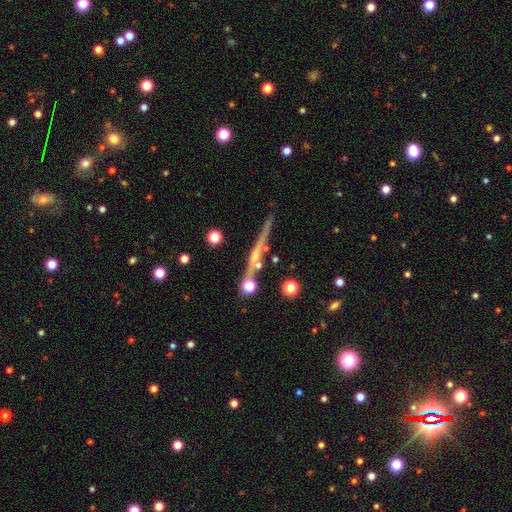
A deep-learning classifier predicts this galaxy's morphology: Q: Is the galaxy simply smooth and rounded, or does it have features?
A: featured or disk — 57%.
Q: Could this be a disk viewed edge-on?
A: yes — 92%.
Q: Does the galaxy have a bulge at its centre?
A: none — 49%.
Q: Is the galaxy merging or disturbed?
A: none — 77%.